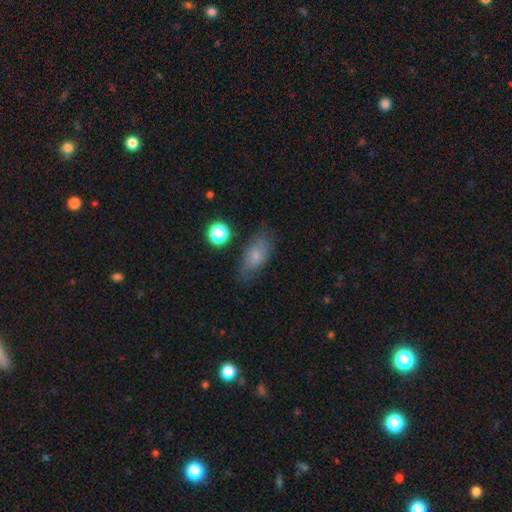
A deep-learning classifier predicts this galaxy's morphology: Q: Smooth or featured?
A: smooth (72%); runner-up: featured or disk (17%)
Q: How rounded?
A: in between (85%); runner-up: cigar-shaped (9%)
Q: Merging?
A: none (71%); runner-up: minor disturbance (19%)